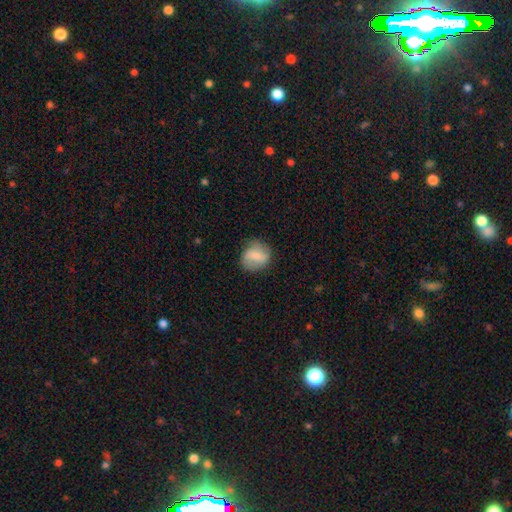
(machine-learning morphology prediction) A smooth galaxy with no disk features (62%) that is round (75%).

Vote fractions:
- Smooth or featured? smooth: 62% / featured or disk: 31% / star or artifact: 8%
- How rounded? round: 75% / in between: 23% / cigar-shaped: 1%
- Merging? none: 76% / minor disturbance: 17% / major disturbance: 5% / merger: 1%